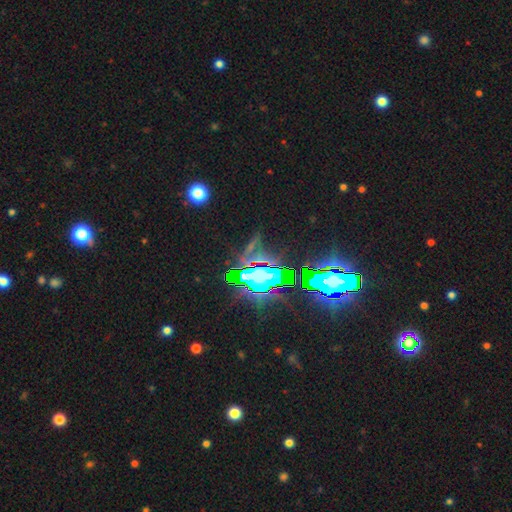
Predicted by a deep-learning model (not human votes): Smooth or featured?
  - star or artifact: 84% *
  - smooth: 8%
  - featured or disk: 8%